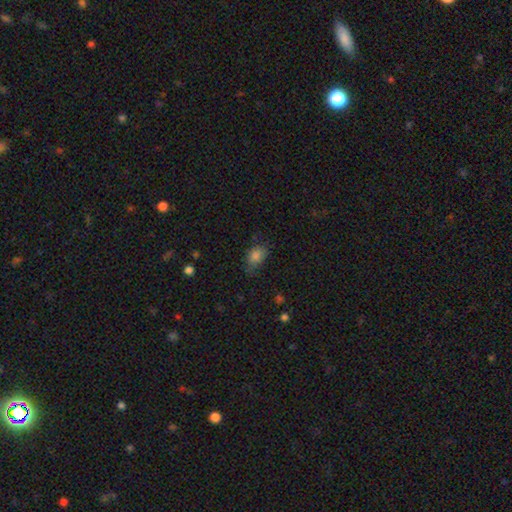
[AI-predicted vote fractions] smooth-or-featured: smooth: 83% | star or artifact: 11% | featured or disk: 6%
  how-rounded: in between: 79% | round: 19% | cigar-shaped: 2%
  merging: none: 63% | minor disturbance: 27% | major disturbance: 8% | merger: 2%